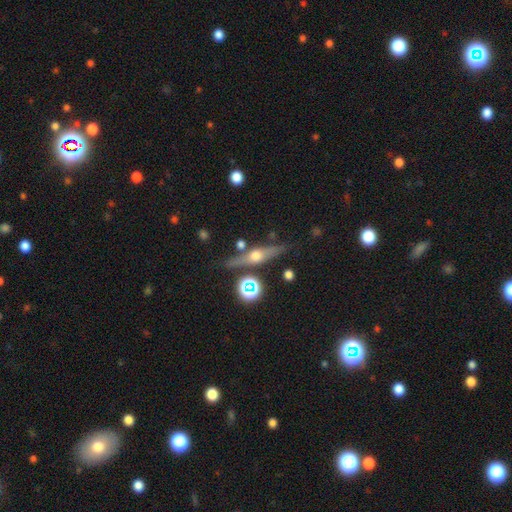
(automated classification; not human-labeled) A featured or disk galaxy (69%) viewed edge-on (94%) with a rounded central bulge (94%).

Vote fractions:
- Smooth or featured? featured or disk: 69% / smooth: 21% / star or artifact: 9%
- Edge-on disk? yes: 94% / no: 6%
- Edge-on bulge? rounded: 94% / boxy: 3% / none: 2%
- Merging? none: 81% / minor disturbance: 11% / merger: 5% / major disturbance: 3%